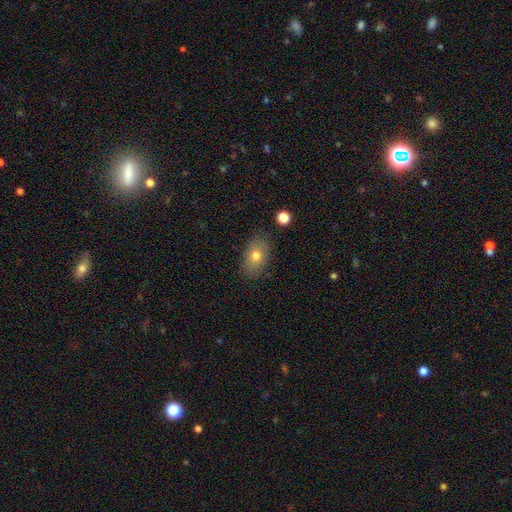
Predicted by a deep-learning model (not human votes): Smooth or featured: smooth — 75% (featured or disk — 16%)
How rounded: in between — 85% (round — 14%)
Merging: none — 84% (minor disturbance — 11%)